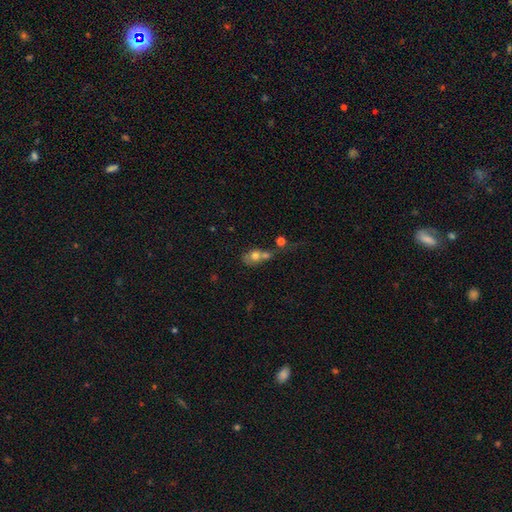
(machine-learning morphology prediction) smooth-or-featured: smooth: 68% | featured or disk: 21% | star or artifact: 11%
  how-rounded: in between: 50% | round: 48% | cigar-shaped: 2%
  merging: merger: 61% | none: 21% | minor disturbance: 9% | major disturbance: 8%